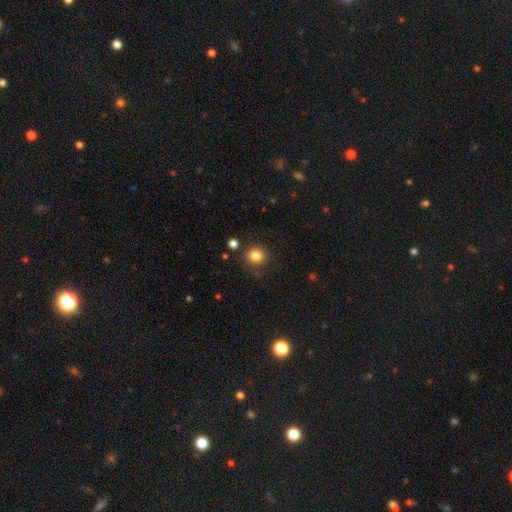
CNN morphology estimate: A smooth galaxy with no disk features (83%) that is round (89%).

Vote fractions:
- Smooth or featured? smooth: 83% / star or artifact: 11% / featured or disk: 6%
- How rounded? round: 89% / in between: 10% / cigar-shaped: 1%
- Merging? none: 83% / minor disturbance: 10% / major disturbance: 4% / merger: 3%